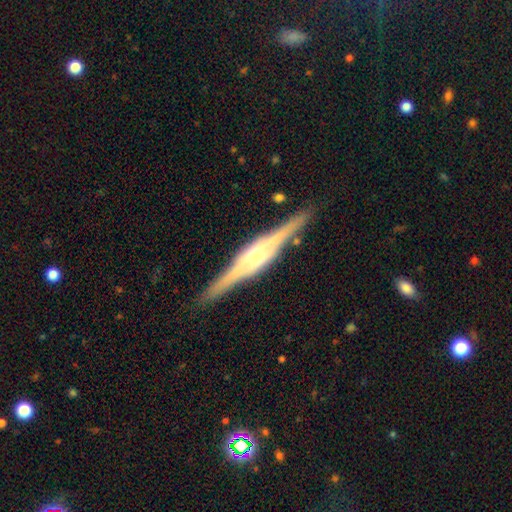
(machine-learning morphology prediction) Smooth or featured? featured or disk (86%)
Edge-on disk? yes (98%)
Edge-on bulge? rounded (56%)
Merging? none (89%)